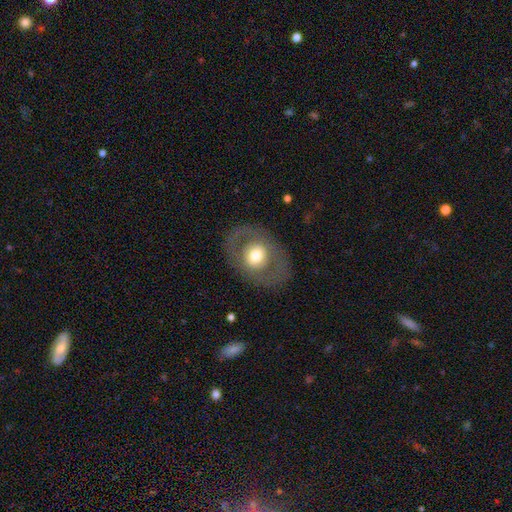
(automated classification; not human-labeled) A smooth galaxy with no disk features (47%). Merging: none (79%).